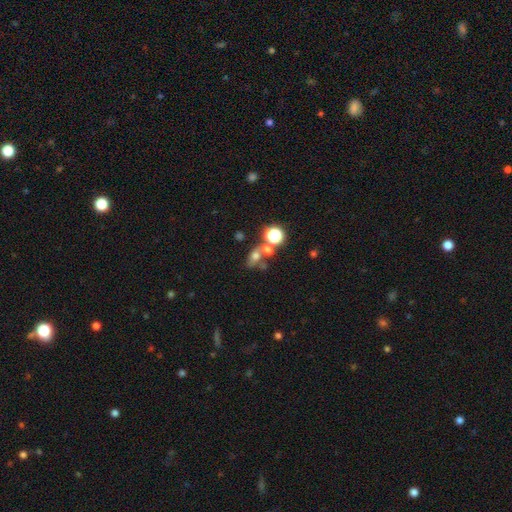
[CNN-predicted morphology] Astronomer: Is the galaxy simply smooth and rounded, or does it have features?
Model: smooth — 57%.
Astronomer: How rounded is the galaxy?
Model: in between — 52% (runner-up: round, 43%).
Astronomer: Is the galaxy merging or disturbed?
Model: none — 48% (runner-up: merger, 31%).